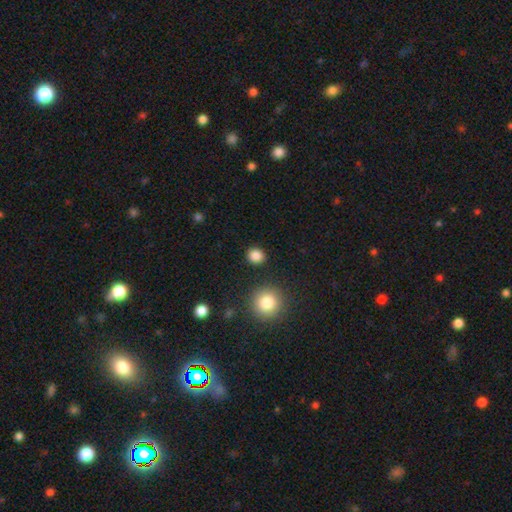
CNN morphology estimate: A smooth galaxy with no disk features (85%) that is round (85%).

Vote fractions:
- Smooth or featured? smooth: 85% / star or artifact: 12% / featured or disk: 4%
- How rounded? round: 85% / in between: 14% / cigar-shaped: 1%
- Merging? none: 89% / minor disturbance: 6% / major disturbance: 3% / merger: 2%